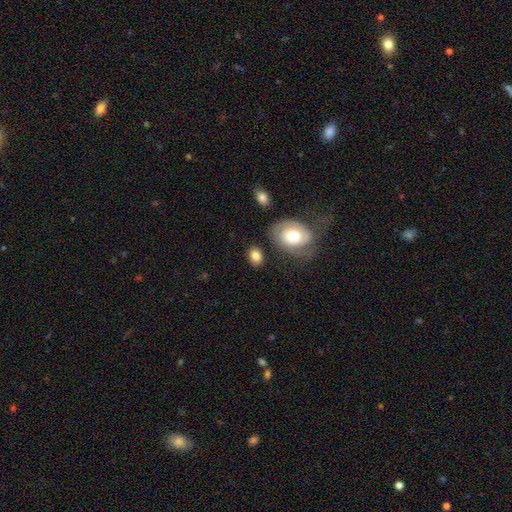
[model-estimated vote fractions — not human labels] This is likely a smooth galaxy (80%). How rounded: likely in between (74%). Merging: likely none (77%).